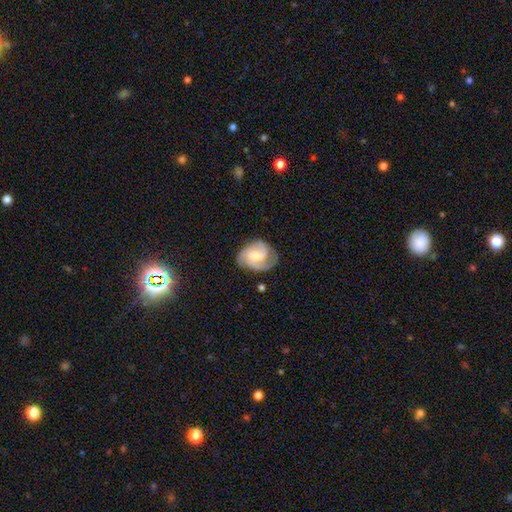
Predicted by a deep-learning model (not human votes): A featured or disk galaxy (73%) with no bar (49%), 3 (51%) medium (48%) spiral arms (95%) and a moderate central bulge (45%). Merging: none (70%).